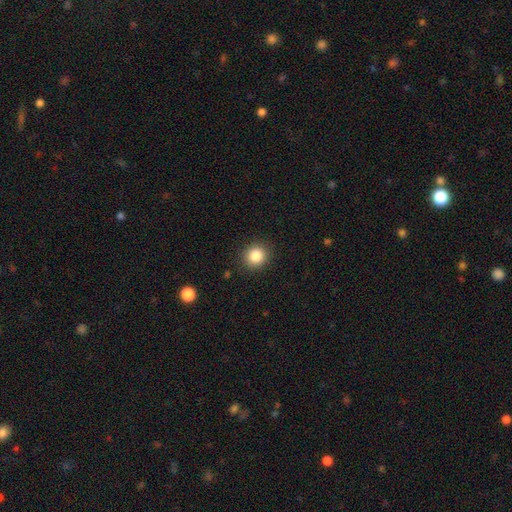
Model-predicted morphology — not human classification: Smooth or featured? smooth (85%)
How rounded? round (86%)
Merging? none (90%)